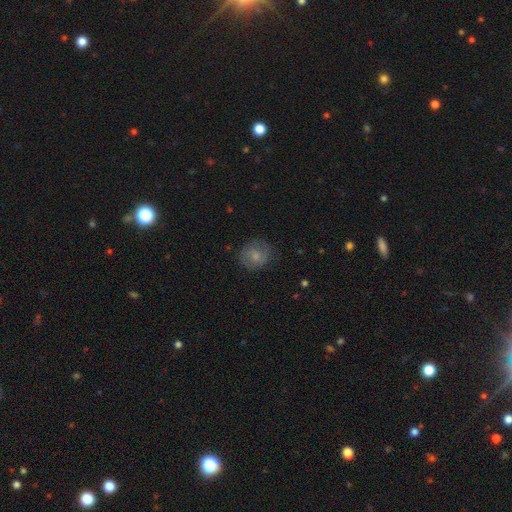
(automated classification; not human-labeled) This is possibly a smooth galaxy (56%). How rounded: likely round (79%). Merging: likely none (76%).